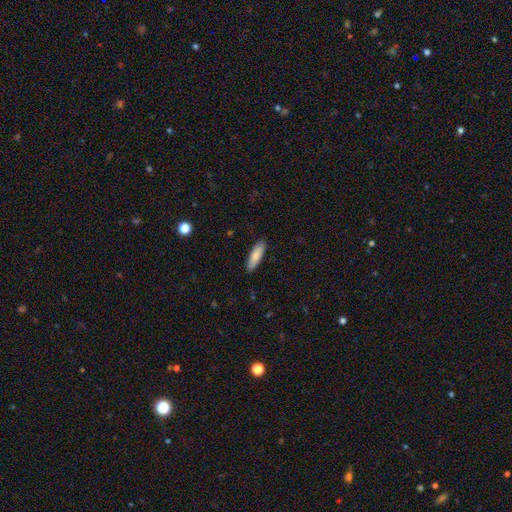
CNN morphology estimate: Smooth or featured: smooth — 84% (featured or disk — 11%)
How rounded: cigar-shaped — 52% (in between — 47%)
Merging: none — 89% (minor disturbance — 8%)